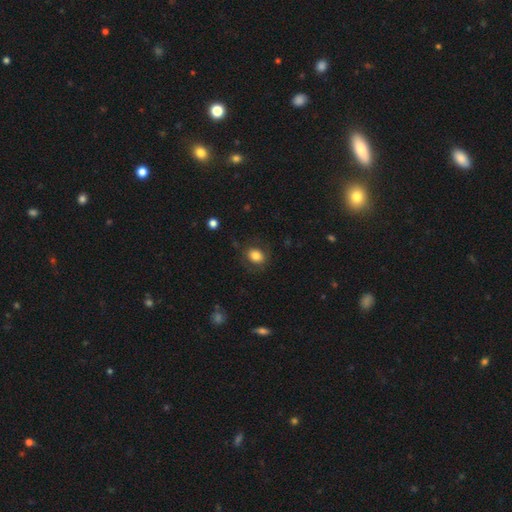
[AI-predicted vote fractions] This appears to be a smooth galaxy with no disk features (81%) that is round (56%). Merging: none (79%).